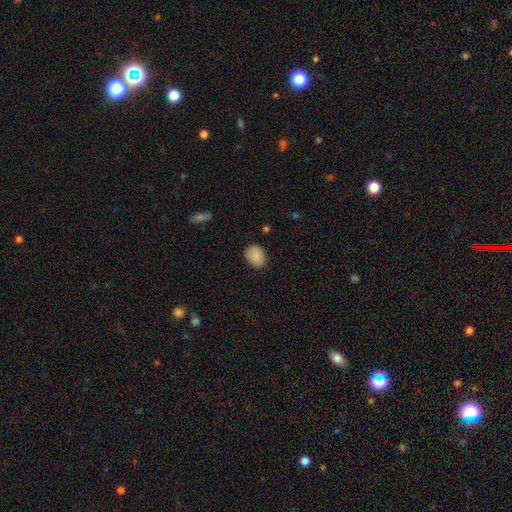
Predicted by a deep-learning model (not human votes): Smooth or featured? Predicted: smooth (p=0.88). How rounded? Predicted: in between (p=0.62). Merging? Predicted: none (p=0.81).